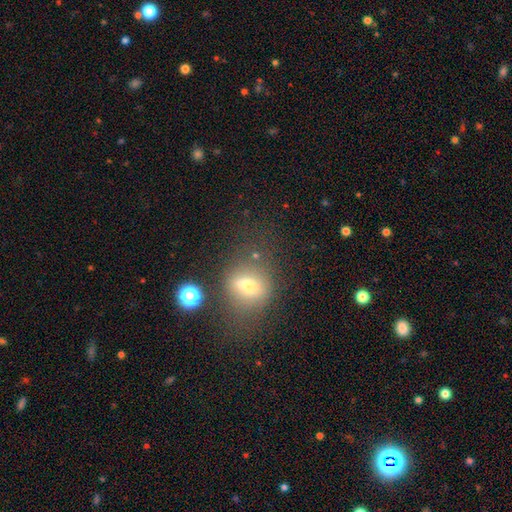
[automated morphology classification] Smooth or featured?
  - smooth: 53% *
  - featured or disk: 31%
  - star or artifact: 16%
How rounded?
  - in between: 50% *
  - round: 43%
  - cigar-shaped: 7%
Merging?
  - none: 63% *
  - minor disturbance: 17%
  - major disturbance: 12%
  - merger: 7%